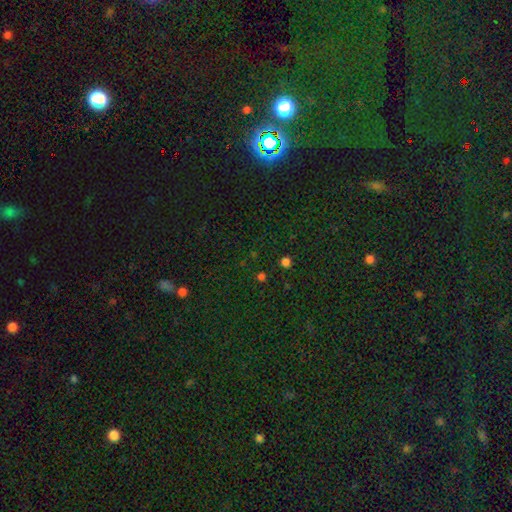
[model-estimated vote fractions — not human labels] smooth-or-featured: star or artifact: 77% | smooth: 15% | featured or disk: 8%